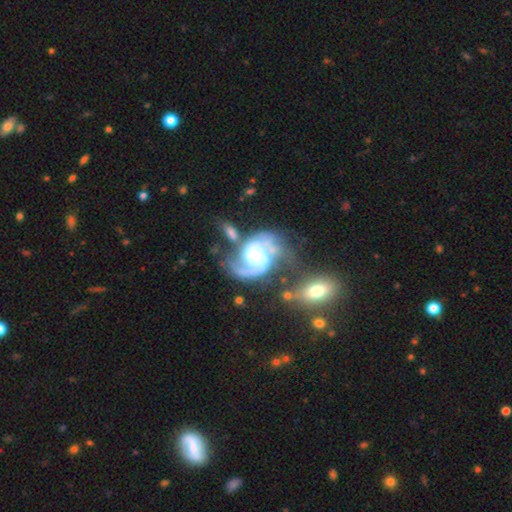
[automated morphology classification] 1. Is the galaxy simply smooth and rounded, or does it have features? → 87% featured or disk, 7% smooth, 6% star or artifact.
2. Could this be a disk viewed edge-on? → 98% no, 2% yes.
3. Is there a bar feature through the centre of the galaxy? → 45% no, 40% weak, 15% strong.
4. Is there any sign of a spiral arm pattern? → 96% yes, 4% no.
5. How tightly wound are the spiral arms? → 51% medium, 29% loose, 20% tight.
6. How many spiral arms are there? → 83% 2, 8% 1, 4% can't tell, 3% 3, 1% 4, 1% more than 4.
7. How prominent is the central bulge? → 36% large (tied), 36% moderate (tied), 14% small, 8% none, 5% dominant.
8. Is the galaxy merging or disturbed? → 37% none, 26% merger, 19% major disturbance, 18% minor disturbance.